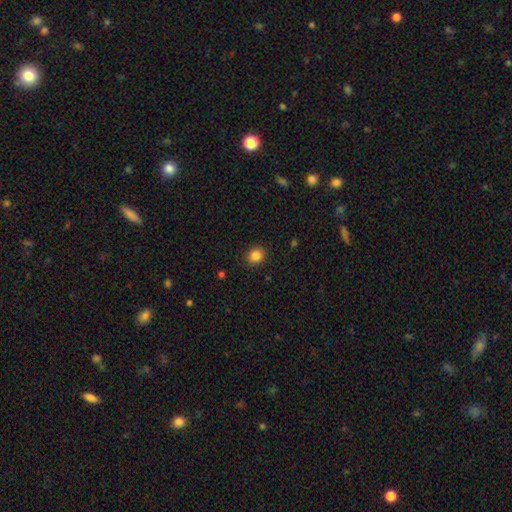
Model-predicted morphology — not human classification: Smooth or featured?
  - smooth: 85% *
  - star or artifact: 11%
  - featured or disk: 4%
How rounded?
  - round: 68% *
  - in between: 31%
  - cigar-shaped: 1%
Merging?
  - none: 89% *
  - minor disturbance: 8%
  - major disturbance: 2%
  - merger: 1%